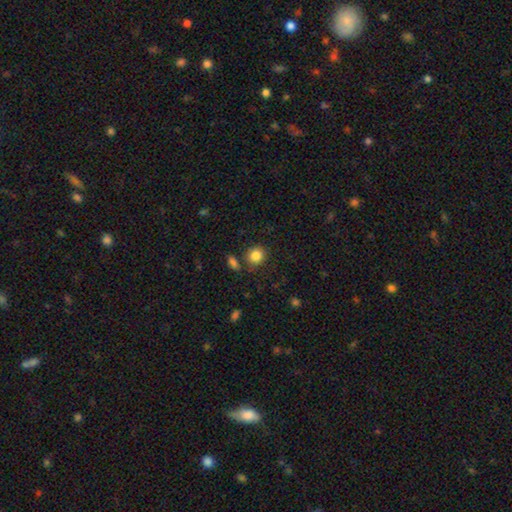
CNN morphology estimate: Q: Smooth or featured?
A: smooth (86%); runner-up: star or artifact (9%)
Q: How rounded?
A: round (79%); runner-up: in between (20%)
Q: Merging?
A: none (80%); runner-up: minor disturbance (10%)